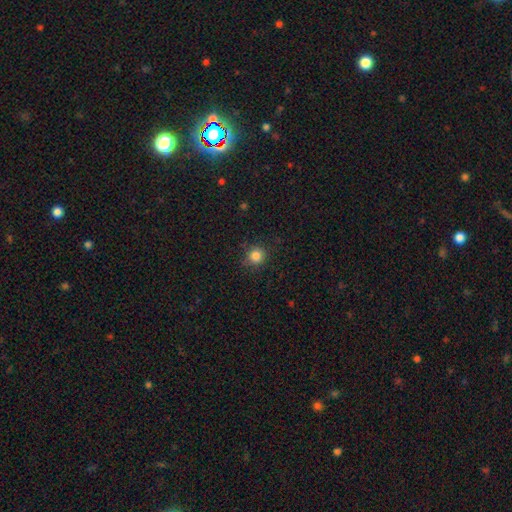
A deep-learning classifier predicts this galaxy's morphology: This is clearly a smooth galaxy (83%). How rounded: clearly round (92%). Merging: clearly none (83%).